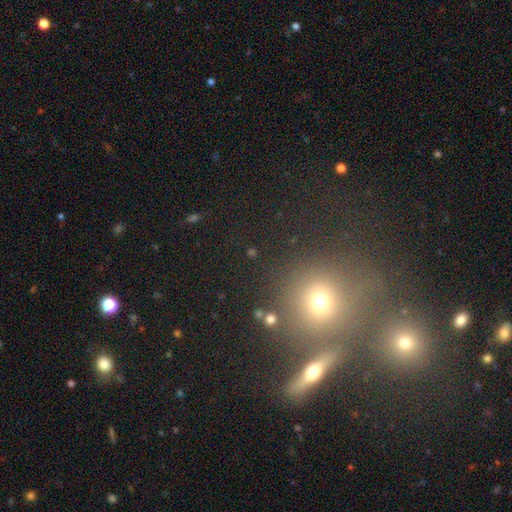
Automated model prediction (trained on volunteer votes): smooth_or_featured: smooth (p=0.46) [alt: star or artifact p=0.39]
merging: none (p=0.63) [alt: merger p=0.20]